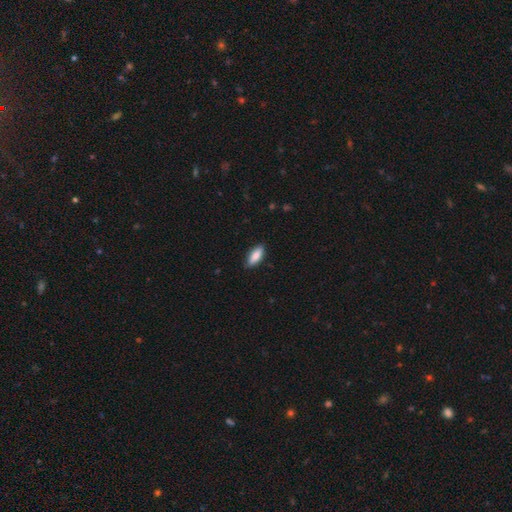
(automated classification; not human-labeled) Smooth or featured?
  - smooth: 84% *
  - featured or disk: 10%
  - star or artifact: 6%
How rounded?
  - in between: 75% *
  - cigar-shaped: 23%
  - round: 2%
Merging?
  - none: 85% *
  - minor disturbance: 12%
  - major disturbance: 2%
  - merger: 1%